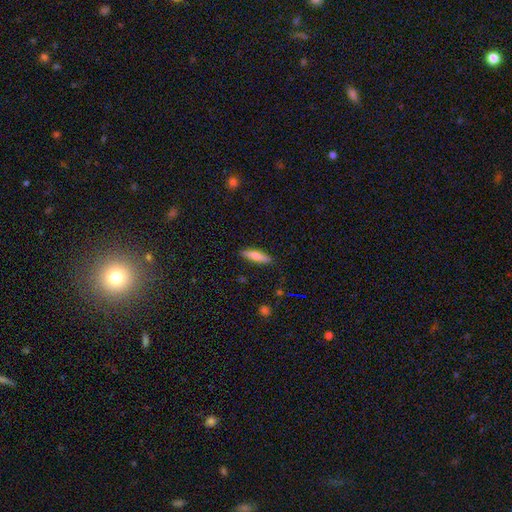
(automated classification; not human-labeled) This appears to be a smooth galaxy with no disk features (66%) that is cigar-shaped (73%). Merging: none (89%).